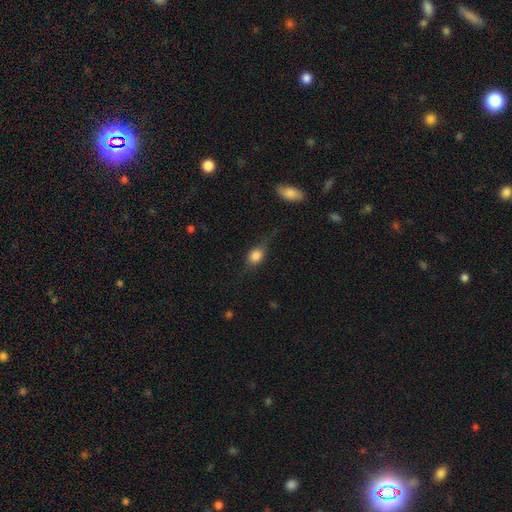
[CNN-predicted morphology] Q: Smooth or featured?
A: smooth (73%); runner-up: featured or disk (18%)
Q: How rounded?
A: in between (63%); runner-up: round (31%)
Q: Merging?
A: none (66%); runner-up: minor disturbance (23%)